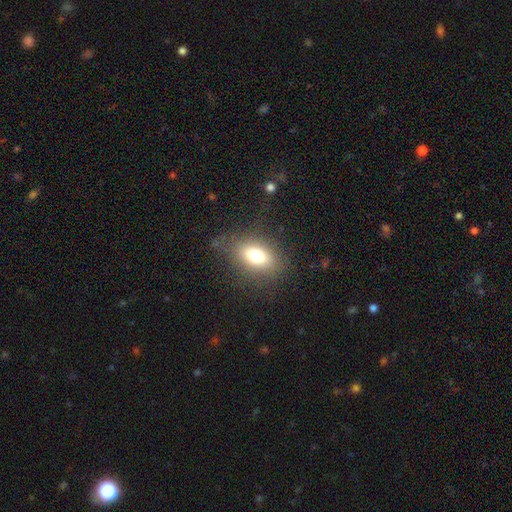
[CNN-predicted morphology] This is likely a smooth galaxy (72%). How rounded: likely in between (79%). Merging: likely none (78%).